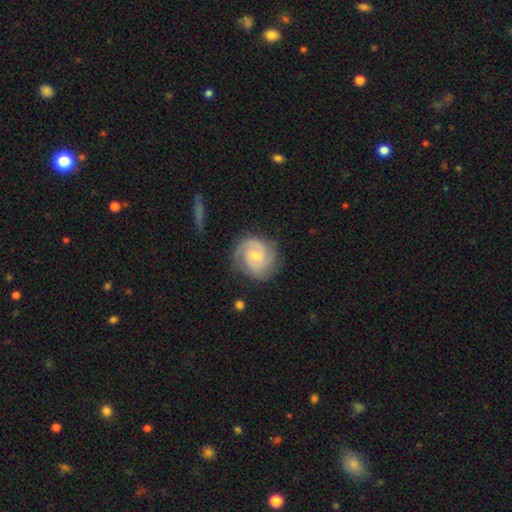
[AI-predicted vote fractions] Smooth or featured? Predicted: featured or disk (p=0.81). Edge-on disk? Predicted: no (p=0.98). Bar? Predicted: weak (p=0.51). Spiral arms? Predicted: yes (p=0.96). Spiral winding? Predicted: tight (p=0.56). Spiral arm count? Predicted: 2 (p=0.69). Bulge size? Predicted: moderate (p=0.50). Merging? Predicted: none (p=0.77).